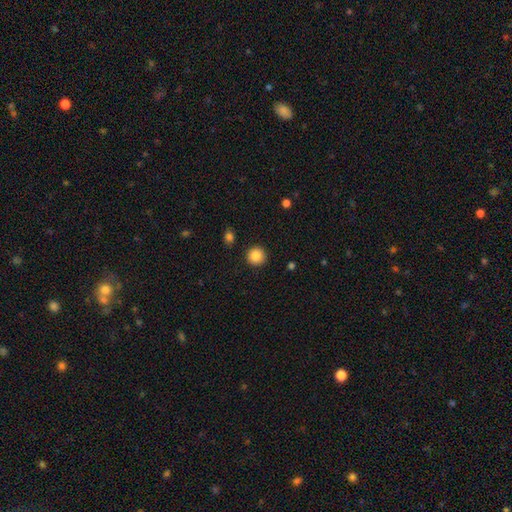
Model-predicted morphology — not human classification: Q: Smooth or featured?
A: smooth (87%); runner-up: star or artifact (9%)
Q: How rounded?
A: round (95%); runner-up: in between (4%)
Q: Merging?
A: none (92%); runner-up: minor disturbance (5%)